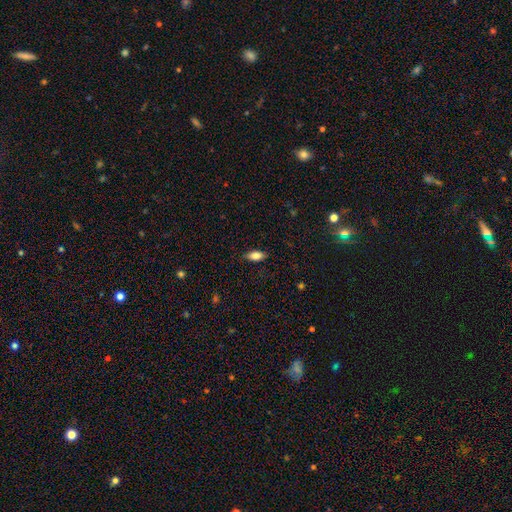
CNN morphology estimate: type=smooth (81%); roundness=in between (85%); merging=none (84%).